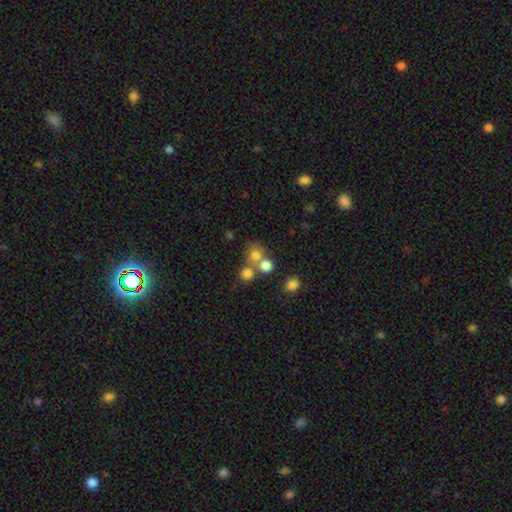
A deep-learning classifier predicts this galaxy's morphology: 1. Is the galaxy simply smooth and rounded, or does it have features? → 71% smooth, 17% star or artifact, 13% featured or disk.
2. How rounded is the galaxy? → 83% round, 16% in between, 1% cigar-shaped.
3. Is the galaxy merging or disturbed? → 48% none, 40% merger, 8% minor disturbance, 4% major disturbance.